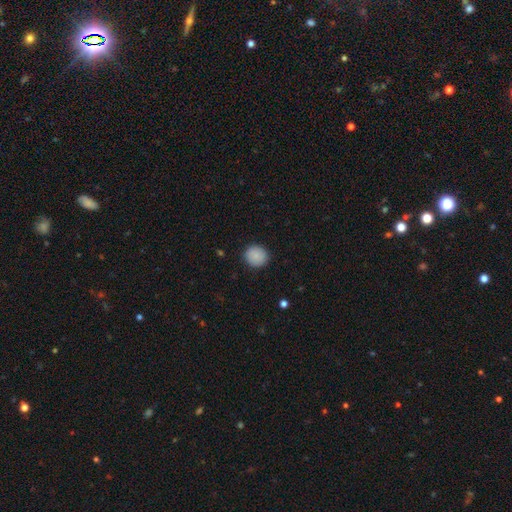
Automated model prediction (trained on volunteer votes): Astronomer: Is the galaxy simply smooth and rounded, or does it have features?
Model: smooth — 88%.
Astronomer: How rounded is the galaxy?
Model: round — 88%.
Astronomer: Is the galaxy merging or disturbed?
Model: none — 89%.